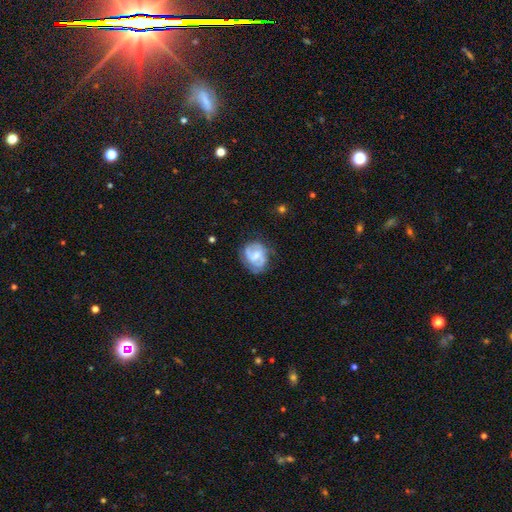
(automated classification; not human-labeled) Smooth or featured? featured or disk (65%)
Edge-on disk? no (98%)
Bar? weak (48%)
Spiral arms? yes (82%)
Spiral winding? medium (42%, tied with tight)
Spiral arm count? 2 (64%)
Bulge size? small (36%)
Merging? none (62%)